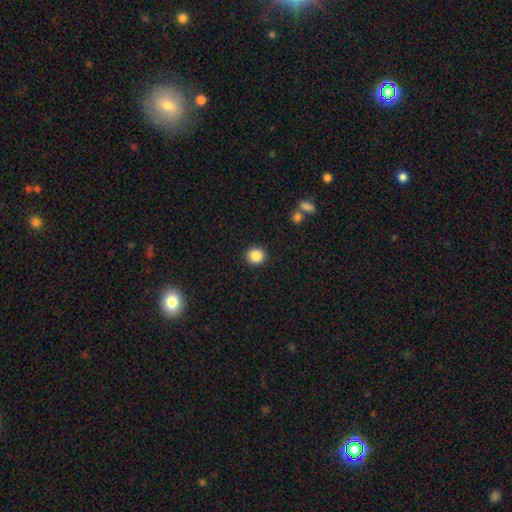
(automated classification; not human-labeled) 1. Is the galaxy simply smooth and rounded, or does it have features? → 86% smooth, 10% star or artifact, 4% featured or disk.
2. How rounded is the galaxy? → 94% round, 5% in between, 1% cigar-shaped.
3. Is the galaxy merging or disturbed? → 92% none, 5% minor disturbance, 2% major disturbance, 1% merger.